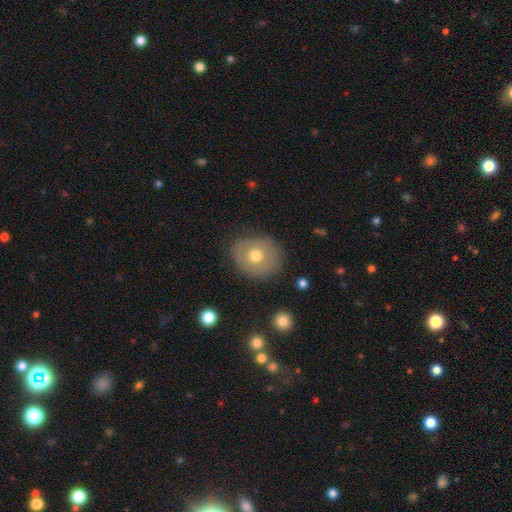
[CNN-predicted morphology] Smooth or featured? Predicted: smooth (p=0.55). How rounded? Predicted: round (p=0.69). Merging? Predicted: none (p=0.81).